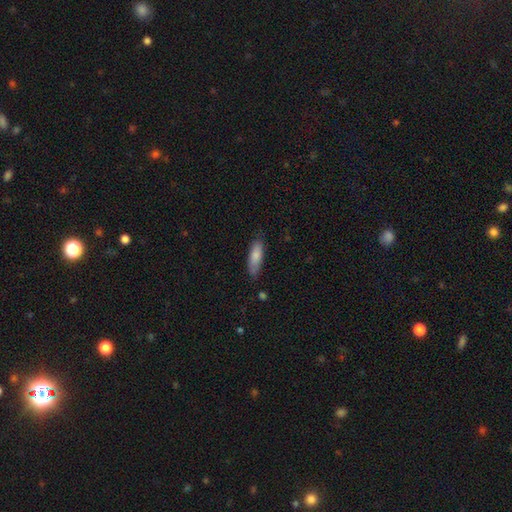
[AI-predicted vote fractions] smooth 82%, featured or disk 13%, star or artifact 6%. Down the decision tree: how rounded — in between (49%, tied with cigar-shaped); merging — none (77%).